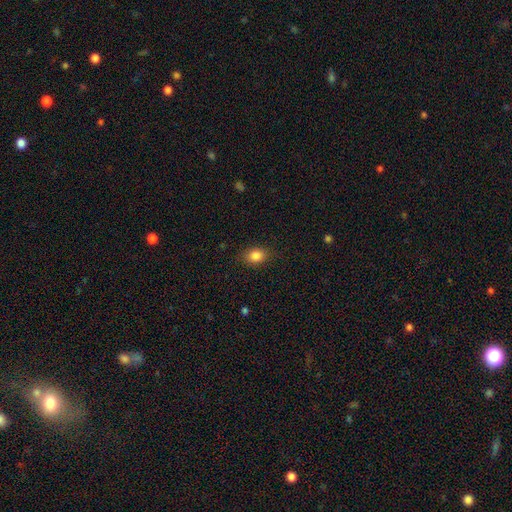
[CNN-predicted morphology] smooth_or_featured: smooth (p=0.85) [alt: star or artifact p=0.10]
how_rounded: in between (p=0.66) [alt: round p=0.33]
merging: none (p=0.85) [alt: minor disturbance p=0.11]